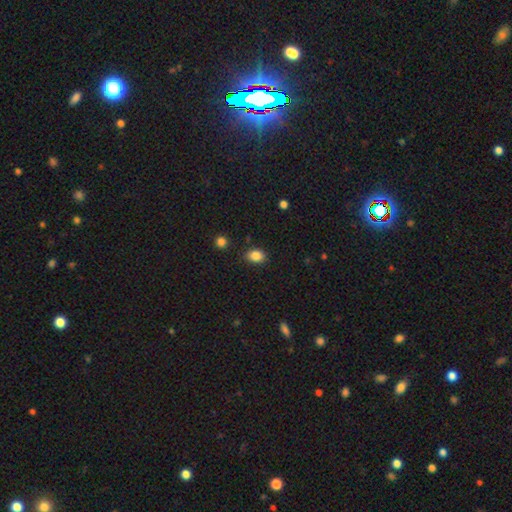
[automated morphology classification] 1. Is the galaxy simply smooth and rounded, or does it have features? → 85% smooth, 10% star or artifact, 5% featured or disk.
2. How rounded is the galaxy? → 66% in between, 33% round, 1% cigar-shaped.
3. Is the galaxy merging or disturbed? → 83% none, 12% minor disturbance, 3% major disturbance, 2% merger.